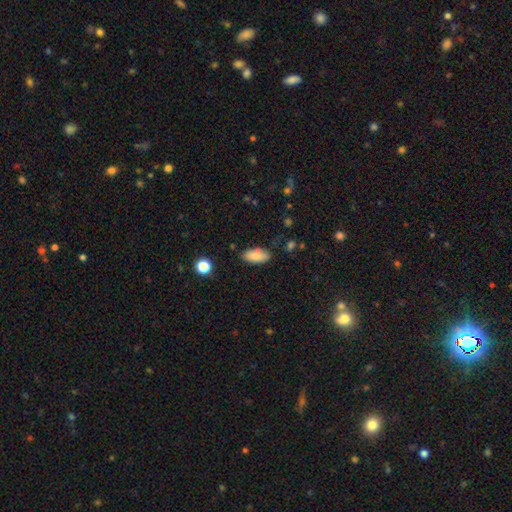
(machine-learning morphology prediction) A smooth galaxy with no disk features (84%) that is in between round and cigar-shaped (89%).

Vote fractions:
- Smooth or featured? smooth: 84% / featured or disk: 9% / star or artifact: 7%
- How rounded? in between: 89% / cigar-shaped: 9% / round: 2%
- Merging? none: 80% / minor disturbance: 15% / major disturbance: 3% / merger: 2%